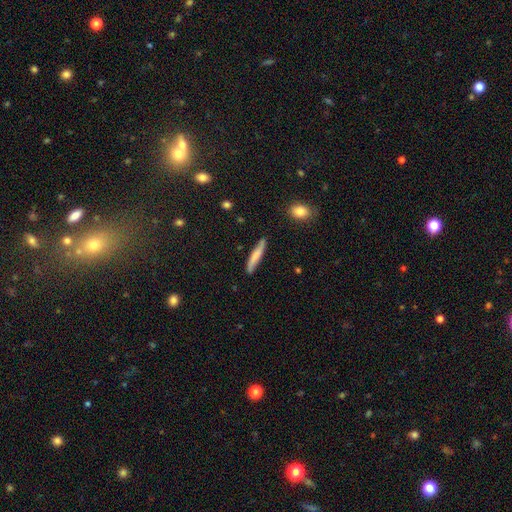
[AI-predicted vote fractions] Q: Smooth or featured?
A: smooth (69%); runner-up: featured or disk (26%)
Q: How rounded?
A: cigar-shaped (92%); runner-up: in between (7%)
Q: Merging?
A: none (82%); runner-up: minor disturbance (14%)